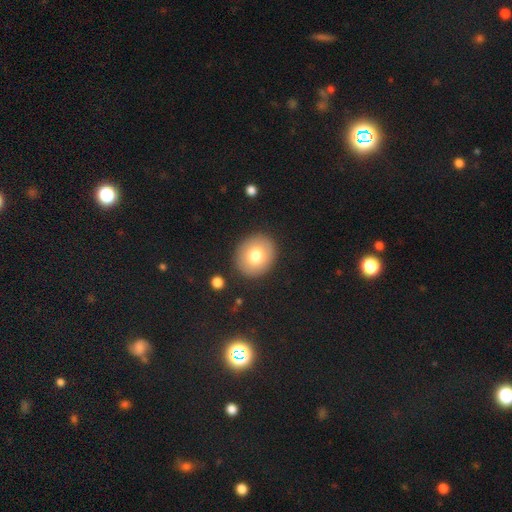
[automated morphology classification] Q: Smooth or featured?
A: smooth (75%); runner-up: featured or disk (17%)
Q: How rounded?
A: round (70%); runner-up: in between (29%)
Q: Merging?
A: none (89%); runner-up: minor disturbance (7%)